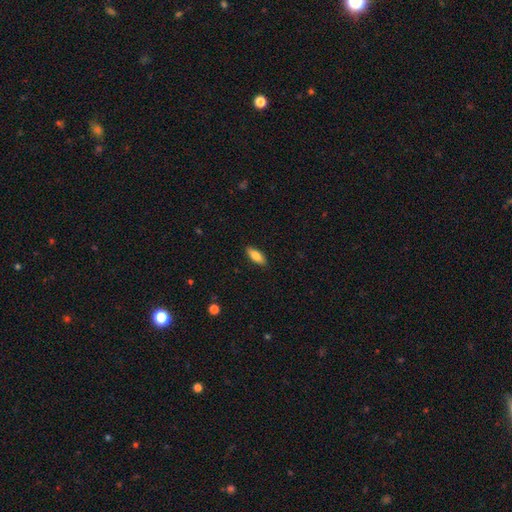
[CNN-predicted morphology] Smooth or featured? Predicted: smooth (p=0.81). How rounded? Predicted: in between (p=0.73). Merging? Predicted: none (p=0.89).